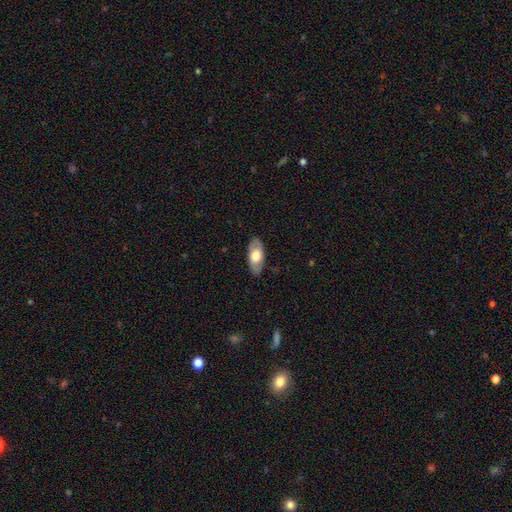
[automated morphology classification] Smooth or featured: smooth — 62% (featured or disk — 33%)
How rounded: in between — 90% (cigar-shaped — 7%)
Merging: none — 83% (minor disturbance — 13%)